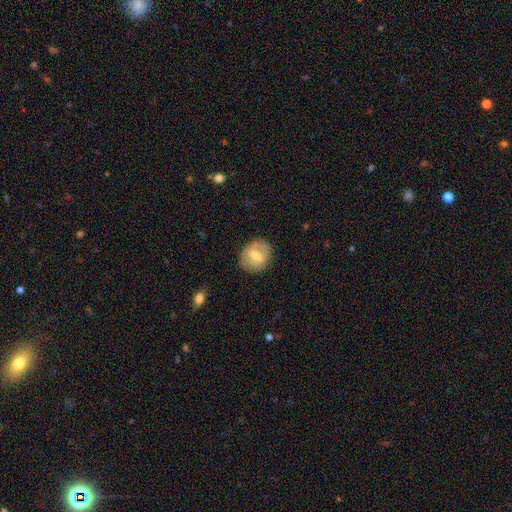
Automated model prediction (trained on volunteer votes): This appears to be a smooth galaxy with no disk features (52%) that is round (66%). Merging: none (82%).